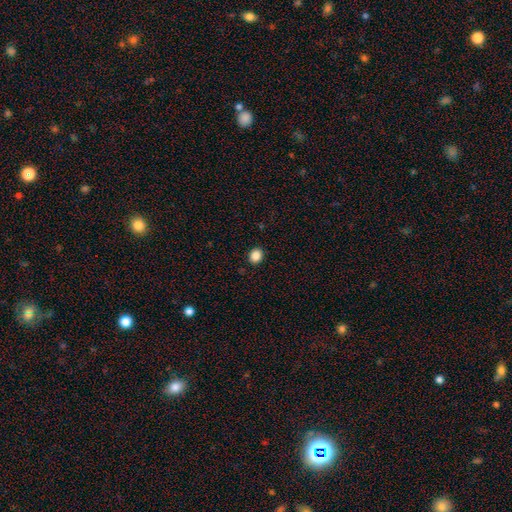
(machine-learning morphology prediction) Q: Smooth or featured?
A: smooth (87%); runner-up: star or artifact (10%)
Q: How rounded?
A: round (63%); runner-up: in between (36%)
Q: Merging?
A: none (91%); runner-up: minor disturbance (6%)